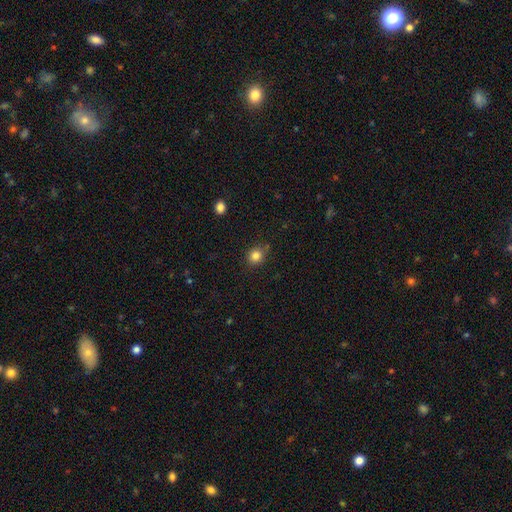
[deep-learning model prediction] A smooth galaxy with no disk features (83%) that is round (76%). Merging: none (79%).